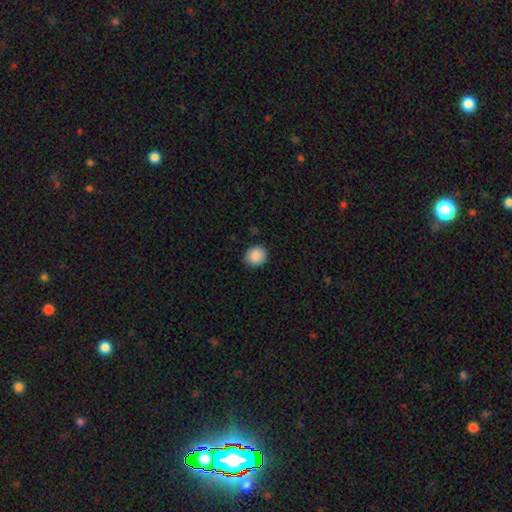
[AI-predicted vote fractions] This appears to be a smooth galaxy with no disk features (89%) that is round (82%). Merging: none (88%).